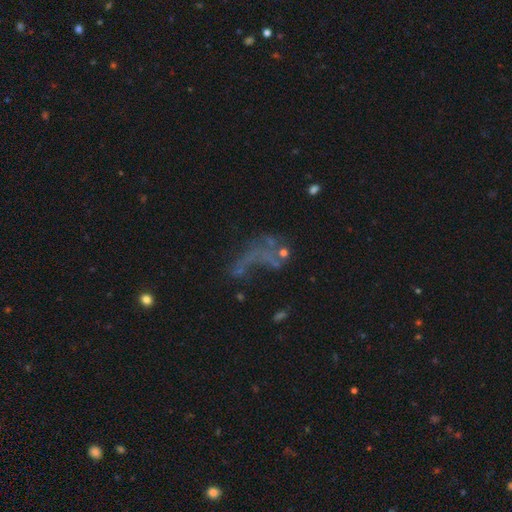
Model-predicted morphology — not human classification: Smooth or featured? featured or disk (47%)
Merging? major disturbance (43%)